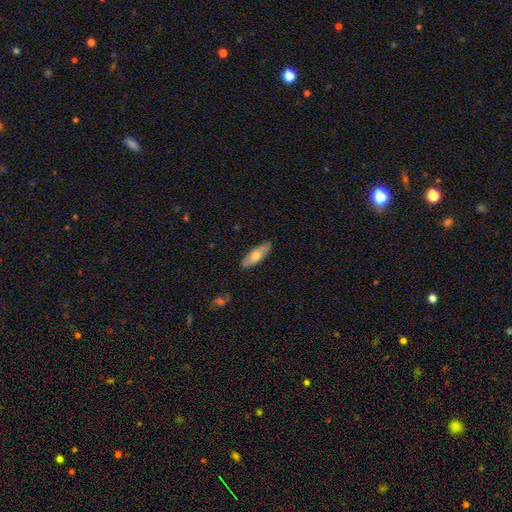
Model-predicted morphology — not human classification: Smooth or featured: smooth — 67% (featured or disk — 28%)
How rounded: in between — 63% (cigar-shaped — 35%)
Merging: none — 87% (minor disturbance — 10%)